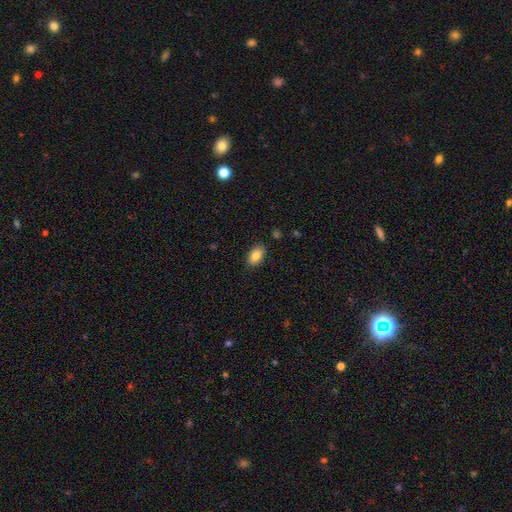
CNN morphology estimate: This is clearly a smooth galaxy (85%). How rounded: clearly in between (91%). Merging: clearly none (85%).